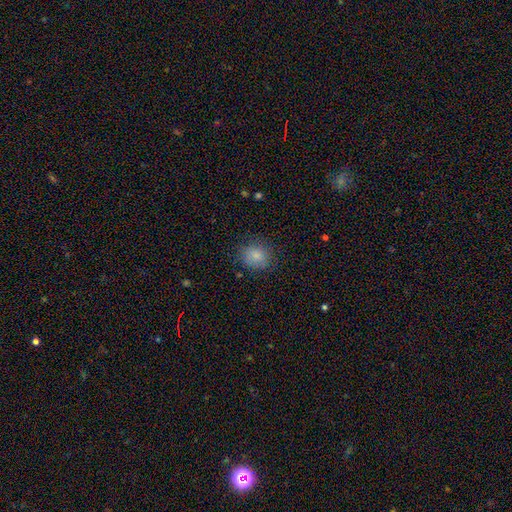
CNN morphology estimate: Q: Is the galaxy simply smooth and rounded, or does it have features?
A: smooth — 83%.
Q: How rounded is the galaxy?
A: round — 73%.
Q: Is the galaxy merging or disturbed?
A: none — 80%.